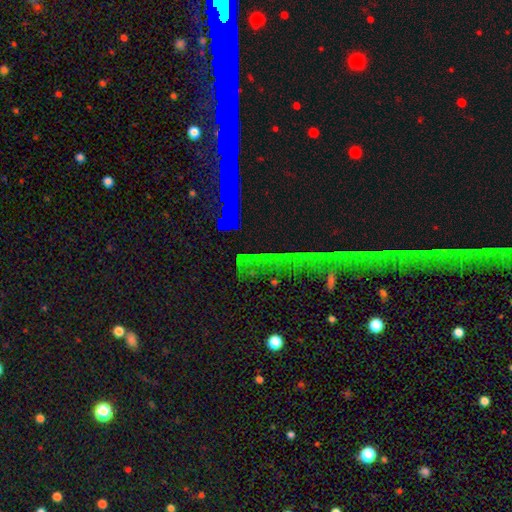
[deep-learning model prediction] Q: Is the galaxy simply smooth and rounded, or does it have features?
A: star or artifact — 70%.